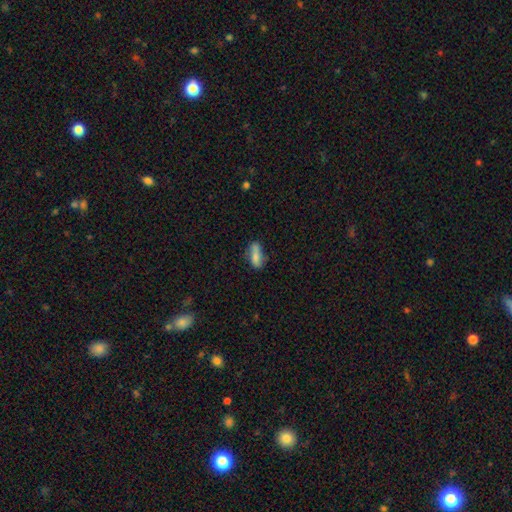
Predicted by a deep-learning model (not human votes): Q: Smooth or featured?
A: smooth (75%); runner-up: featured or disk (18%)
Q: How rounded?
A: in between (71%); runner-up: cigar-shaped (25%)
Q: Merging?
A: none (60%); runner-up: minor disturbance (26%)